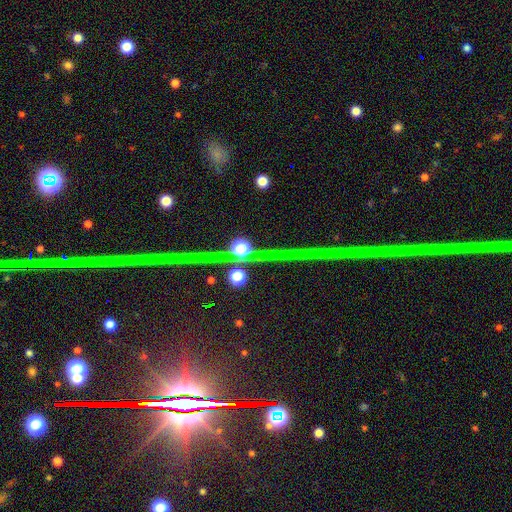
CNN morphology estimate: smooth_or_featured: star or artifact (p=0.78) [alt: featured or disk p=0.15]